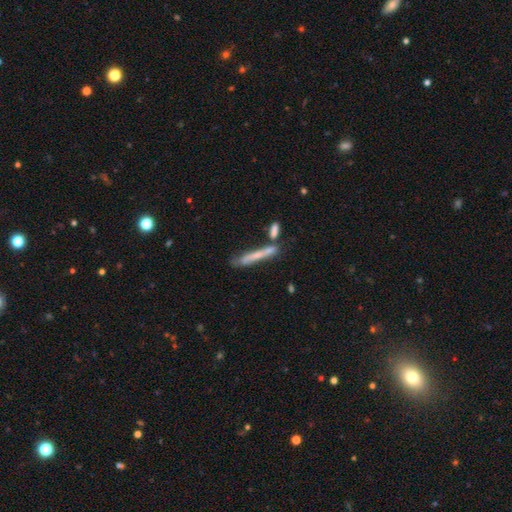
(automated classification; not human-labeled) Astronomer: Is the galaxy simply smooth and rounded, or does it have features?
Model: smooth — 50% (runner-up: featured or disk, 43%).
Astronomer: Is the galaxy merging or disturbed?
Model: none — 48% (runner-up: merger, 25%).